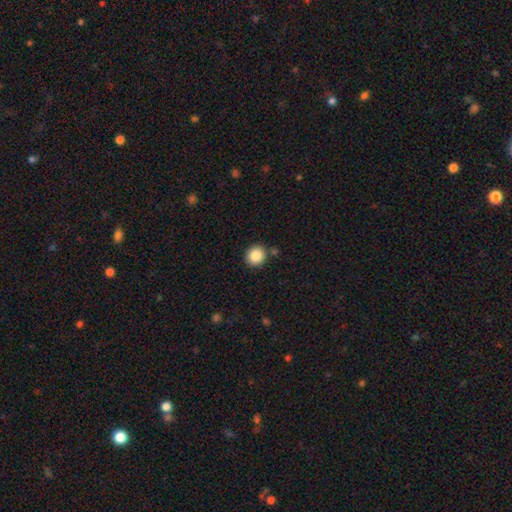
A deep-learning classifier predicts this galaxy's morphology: Q: Smooth or featured?
A: smooth (86%); runner-up: star or artifact (9%)
Q: How rounded?
A: round (87%); runner-up: in between (12%)
Q: Merging?
A: none (86%); runner-up: minor disturbance (8%)